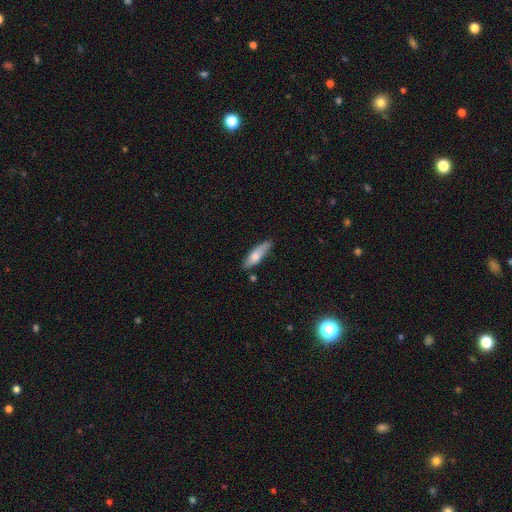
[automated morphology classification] smooth-or-featured: smooth: 72% | featured or disk: 21% | star or artifact: 6%
  how-rounded: cigar-shaped: 56% | in between: 42% | round: 2%
  merging: none: 75% | minor disturbance: 19% | merger: 3% | major disturbance: 3%